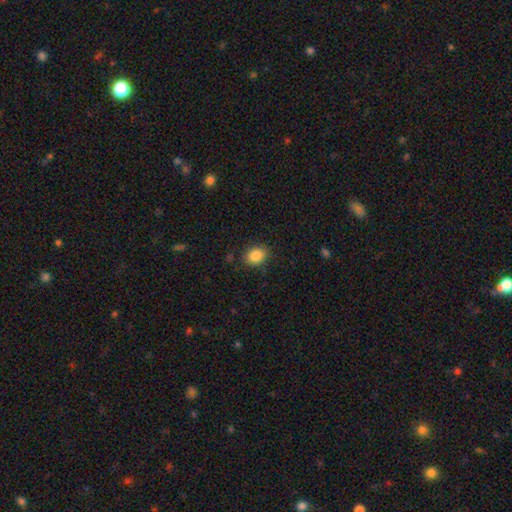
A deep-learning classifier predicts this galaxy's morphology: Smooth or featured? Predicted: smooth (p=0.86). How rounded? Predicted: in between (p=0.59). Merging? Predicted: none (p=0.86).